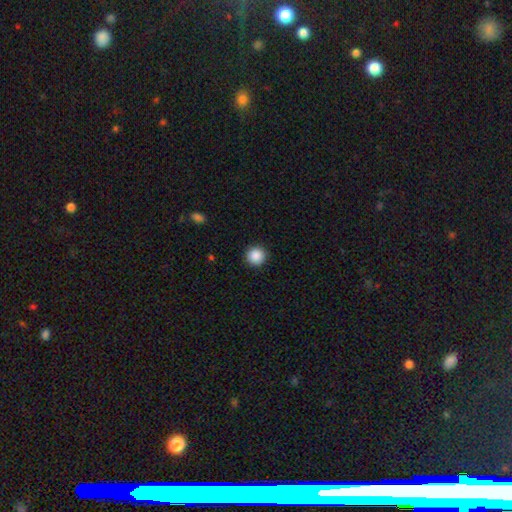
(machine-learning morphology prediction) This is clearly a smooth galaxy (88%). How rounded: clearly round (96%). Merging: clearly none (93%).